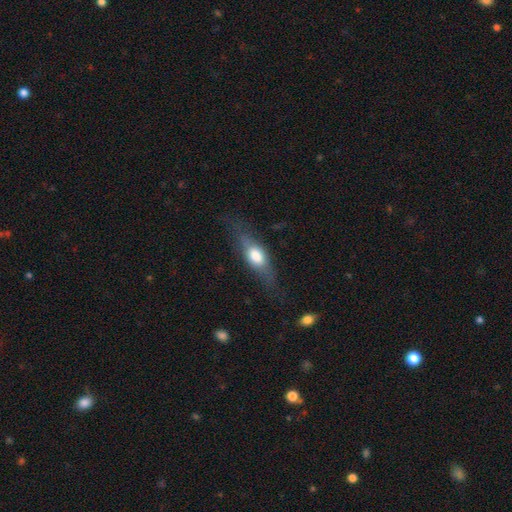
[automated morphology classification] Q: Smooth or featured?
A: smooth (50%); runner-up: featured or disk (43%)
Q: Merging?
A: none (72%); runner-up: minor disturbance (18%)